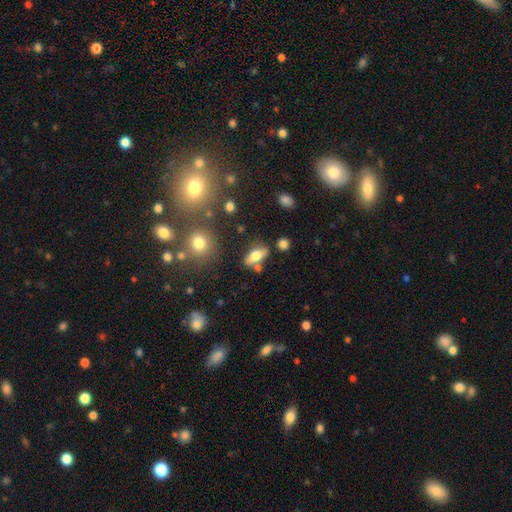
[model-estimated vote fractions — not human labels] A smooth galaxy with no disk features (63%) that is in between round and cigar-shaped (75%).

Vote fractions:
- Smooth or featured? smooth: 63% / featured or disk: 28% / star or artifact: 9%
- How rounded? in between: 75% / cigar-shaped: 20% / round: 5%
- Merging? none: 68% / minor disturbance: 14% / merger: 14% / major disturbance: 5%